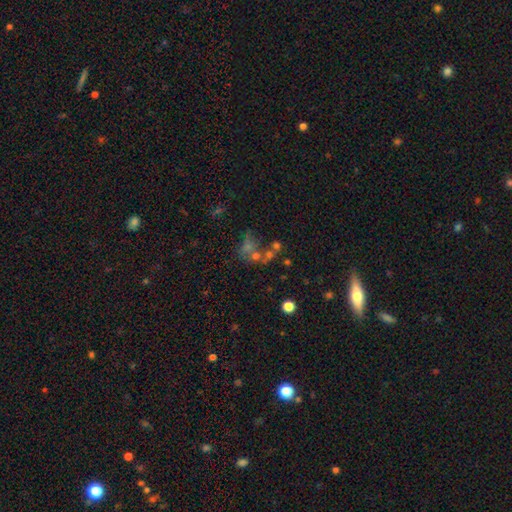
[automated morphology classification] Smooth or featured: smooth — 34% (featured or disk — 33%)
Merging: merger — 39% (none — 32%)